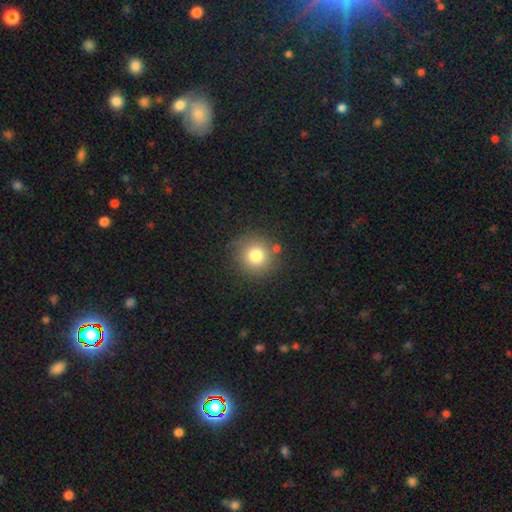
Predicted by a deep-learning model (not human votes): Smooth or featured? smooth (78%)
How rounded? round (93%)
Merging? none (82%)